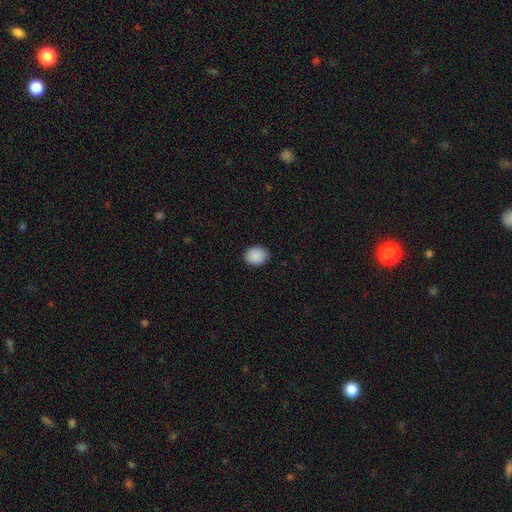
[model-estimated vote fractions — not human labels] This is clearly a smooth galaxy (90%). How rounded: possibly in between (51%). Merging: clearly none (86%).